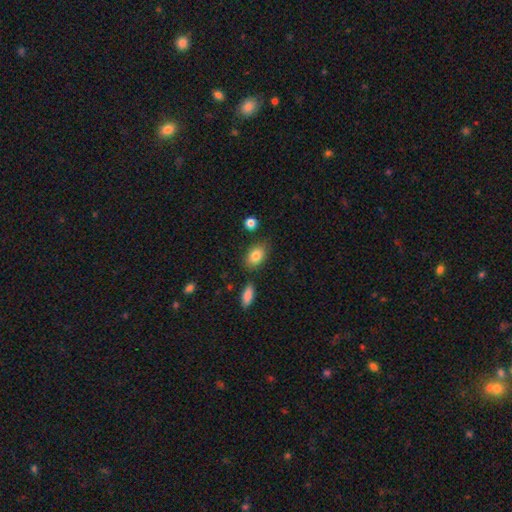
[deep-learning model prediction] Smooth or featured? Predicted: smooth (p=0.83). How rounded? Predicted: in between (p=0.82). Merging? Predicted: none (p=0.78).